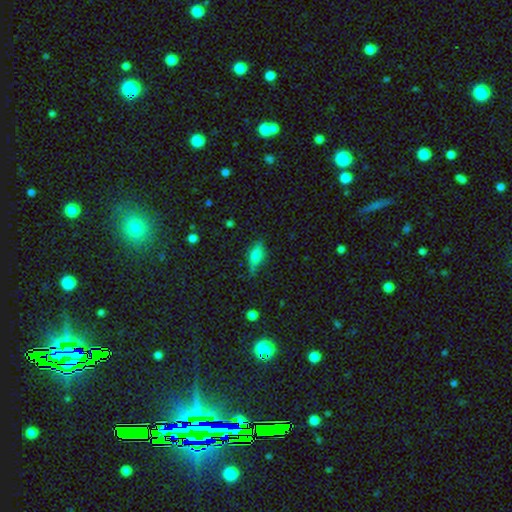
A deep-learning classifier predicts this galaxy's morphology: Smooth or featured?
  - smooth: 69% *
  - featured or disk: 20%
  - star or artifact: 11%
How rounded?
  - in between: 74% *
  - cigar-shaped: 22%
  - round: 4%
Merging?
  - none: 65% *
  - minor disturbance: 26%
  - major disturbance: 7%
  - merger: 2%